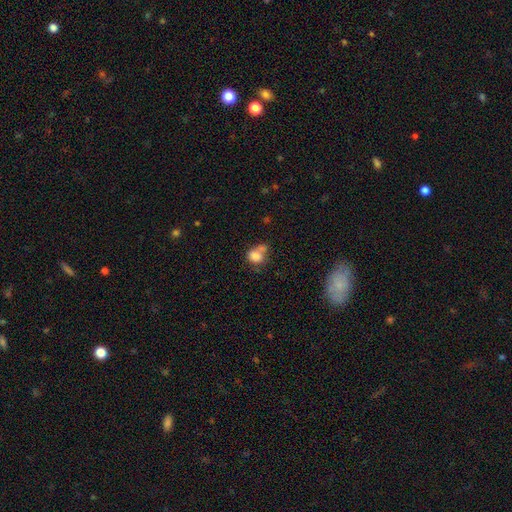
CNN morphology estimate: A smooth galaxy with no disk features (79%) that is round (51%). Merging: merger (42%).